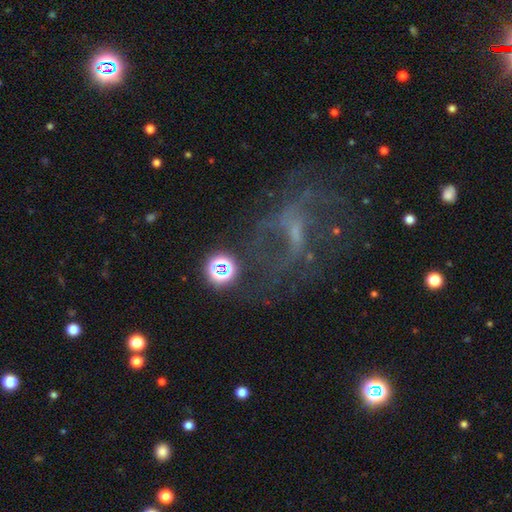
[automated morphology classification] Smooth or featured?
  - featured or disk: 56% *
  - star or artifact: 28%
  - smooth: 16%
Edge-on disk?
  - no: 92% *
  - yes: 8%
Bar?
  - weak: 40% *
  - no: 39%
  - strong: 21%
Spiral arms?
  - yes: 55% *
  - no: 45%
Bulge size?
  - small: 48% *
  - none: 34%
  - moderate: 15%
  - large: 2%
  - dominant: 1%
Merging?
  - none: 53% *
  - major disturbance: 25%
  - minor disturbance: 17%
  - merger: 5%